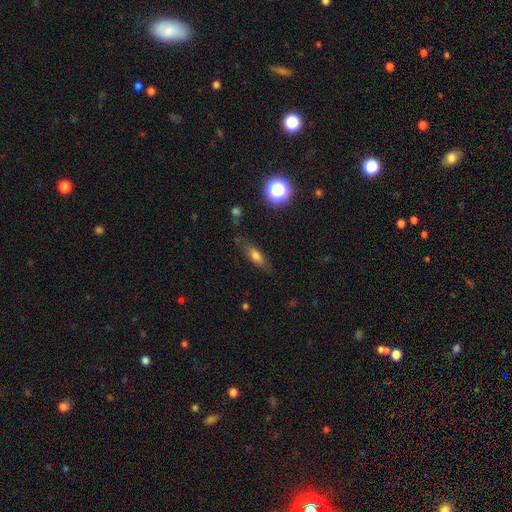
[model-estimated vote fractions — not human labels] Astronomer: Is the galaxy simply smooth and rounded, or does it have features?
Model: smooth — 64%.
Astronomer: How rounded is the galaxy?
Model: in between — 55% (runner-up: cigar-shaped, 39%).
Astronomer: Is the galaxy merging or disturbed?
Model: none — 73%.